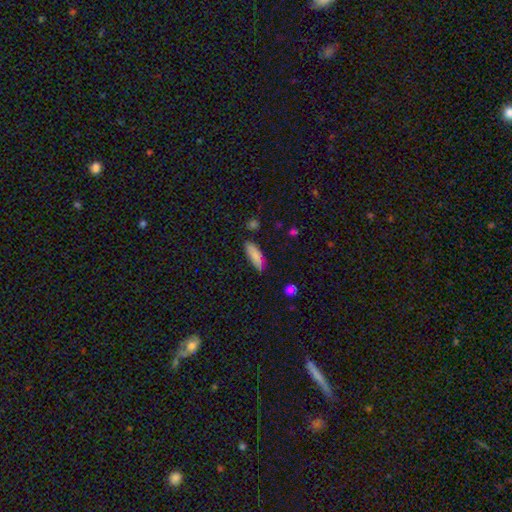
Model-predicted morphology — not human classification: This appears to be a smooth galaxy with no disk features (84%) that is in between round and cigar-shaped (59%). Merging: none (79%).